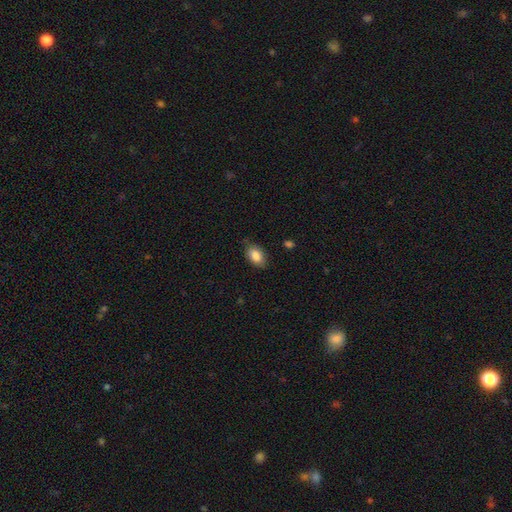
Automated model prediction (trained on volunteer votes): A smooth galaxy with no disk features (86%) that is in between round and cigar-shaped (89%). Merging: none (80%).